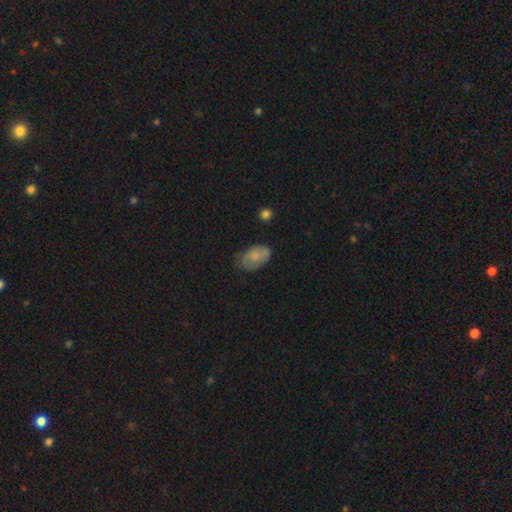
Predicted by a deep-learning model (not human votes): A smooth galaxy with no disk features (71%) that is in between round and cigar-shaped (91%).

Vote fractions:
- Smooth or featured? smooth: 71% / featured or disk: 22% / star or artifact: 8%
- How rounded? in between: 91% / round: 8% / cigar-shaped: 2%
- Merging? none: 63% / minor disturbance: 28% / major disturbance: 7% / merger: 2%